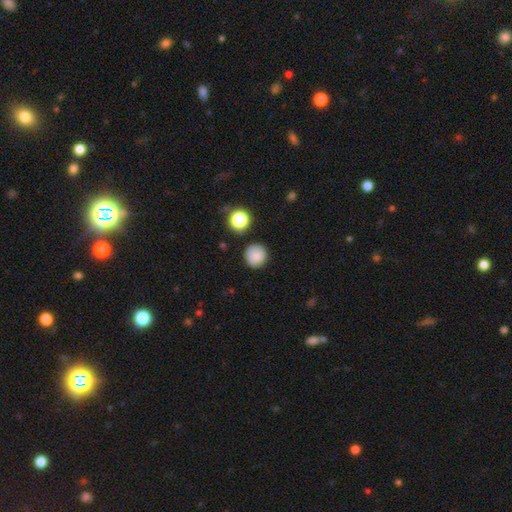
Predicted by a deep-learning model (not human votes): Overall: smooth (83%). How rounded: round (93%). Merging: none (84%).